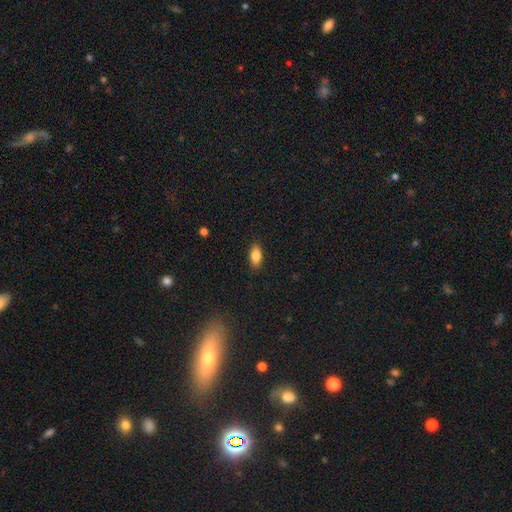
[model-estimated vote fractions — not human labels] Morphology: type=smooth (83%); roundness=in between (87%); merging=none (88%).